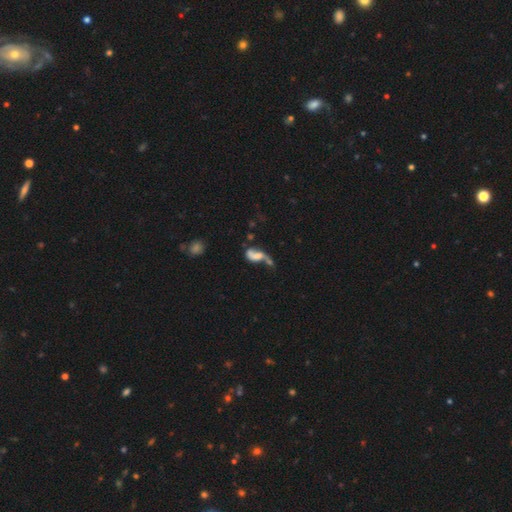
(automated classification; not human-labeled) Smooth or featured? Predicted: featured or disk (p=0.56). Edge-on disk? Predicted: no (p=0.94). Bar? Predicted: no (p=0.63). Spiral arms? Predicted: yes (p=0.69). Bulge size? Predicted: none (p=0.44). Merging? Predicted: merger (p=0.34).